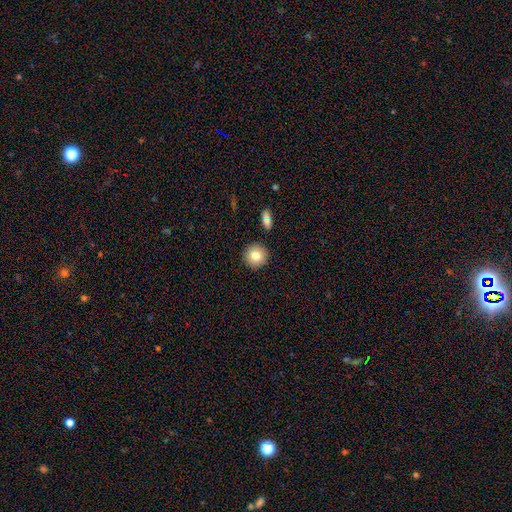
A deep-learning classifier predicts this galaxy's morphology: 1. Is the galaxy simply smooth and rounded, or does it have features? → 80% smooth, 12% featured or disk, 9% star or artifact.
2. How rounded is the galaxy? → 94% round, 5% in between, 1% cigar-shaped.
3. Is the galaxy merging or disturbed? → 89% none, 6% minor disturbance, 3% merger, 2% major disturbance.